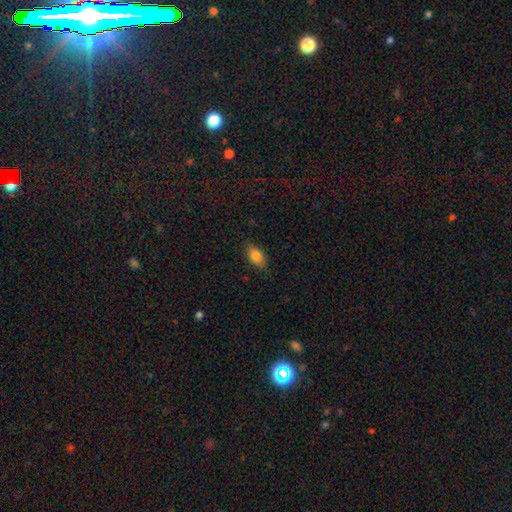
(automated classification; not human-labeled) Smooth or featured? smooth (83%)
How rounded? in between (89%)
Merging? none (83%)